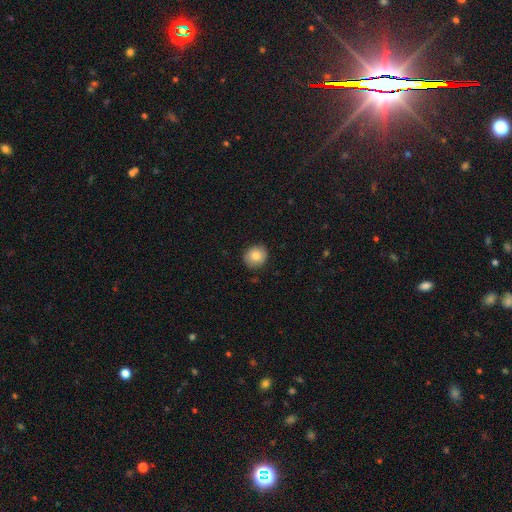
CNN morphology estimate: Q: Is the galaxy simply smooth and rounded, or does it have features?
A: smooth — 81%.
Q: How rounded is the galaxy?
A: round — 80%.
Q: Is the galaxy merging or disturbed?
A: none — 87%.